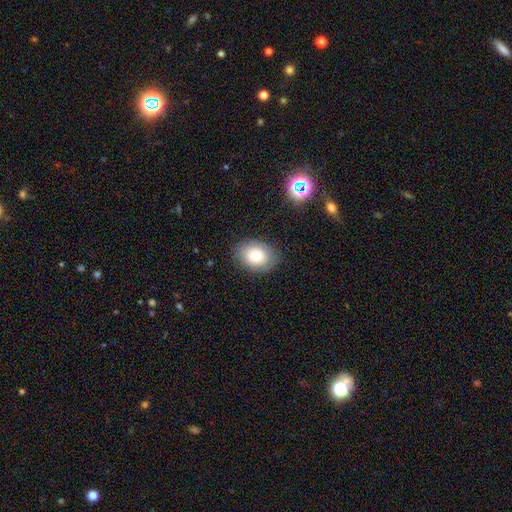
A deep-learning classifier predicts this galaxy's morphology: A smooth galaxy with no disk features (77%) that is in between round and cigar-shaped (74%). Merging: none (83%).